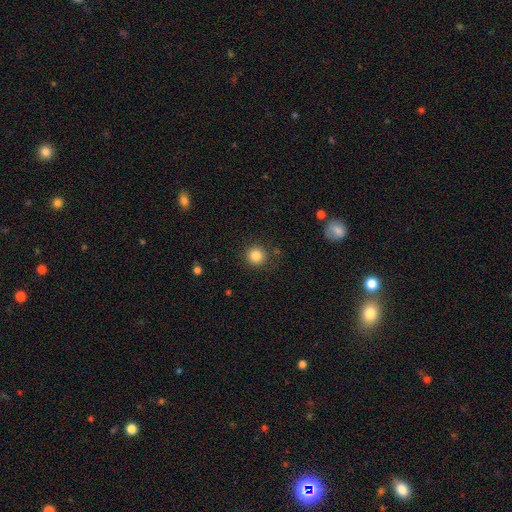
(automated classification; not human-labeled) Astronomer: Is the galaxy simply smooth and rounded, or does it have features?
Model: smooth — 83%.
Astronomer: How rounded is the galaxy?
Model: round — 94%.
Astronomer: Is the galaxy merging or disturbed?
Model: none — 87%.